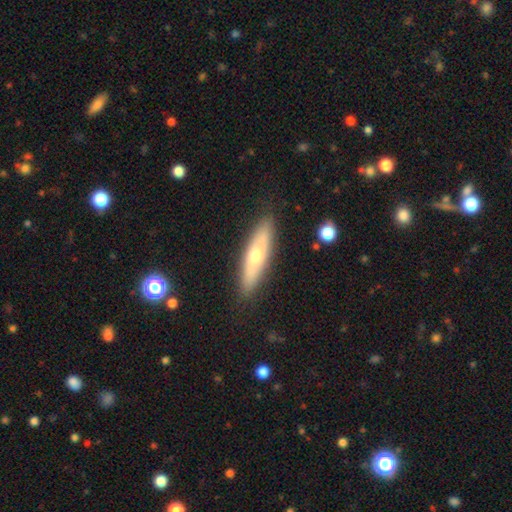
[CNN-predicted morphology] smooth_or_featured: smooth (p=0.56) [alt: featured or disk p=0.38]
how_rounded: cigar-shaped (p=0.71) [alt: in between p=0.28]
merging: none (p=0.87) [alt: minor disturbance p=0.09]